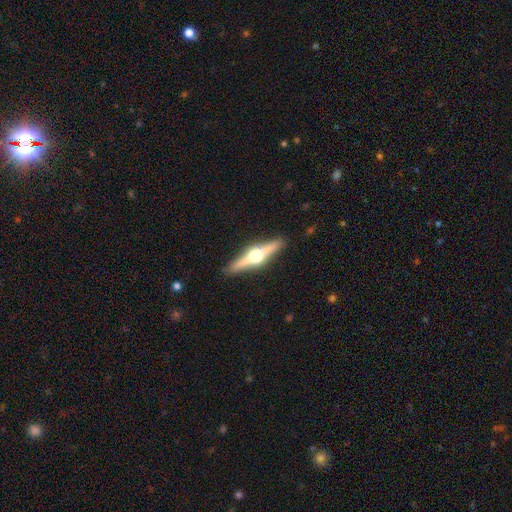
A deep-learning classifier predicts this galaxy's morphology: Smooth or featured? Predicted: featured or disk (p=0.79). Edge-on disk? Predicted: yes (p=0.98). Edge-on bulge? Predicted: rounded (p=0.97). Merging? Predicted: none (p=0.90).